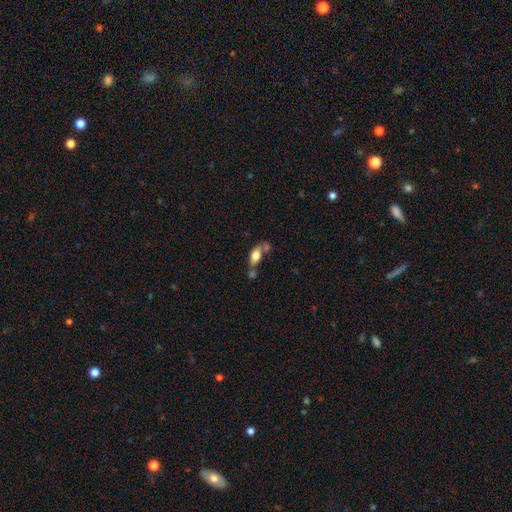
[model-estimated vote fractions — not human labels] This is likely a smooth galaxy (68%). How rounded: clearly in between (81%). Merging: marginally none (38%).